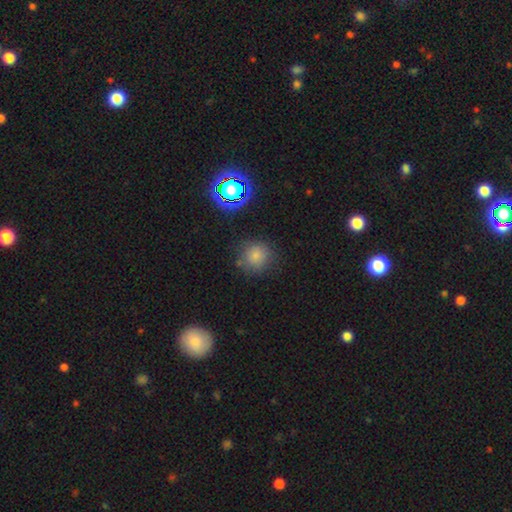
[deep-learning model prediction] This appears to be a smooth galaxy with no disk features (77%) that is round (91%). Merging: none (80%).